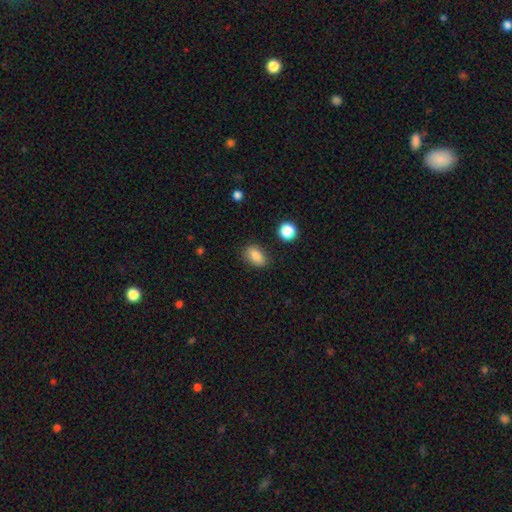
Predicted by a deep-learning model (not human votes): smooth_or_featured: smooth (p=0.82) [alt: star or artifact p=0.09]
how_rounded: in between (p=0.85) [alt: round p=0.12]
merging: none (p=0.81) [alt: minor disturbance p=0.14]